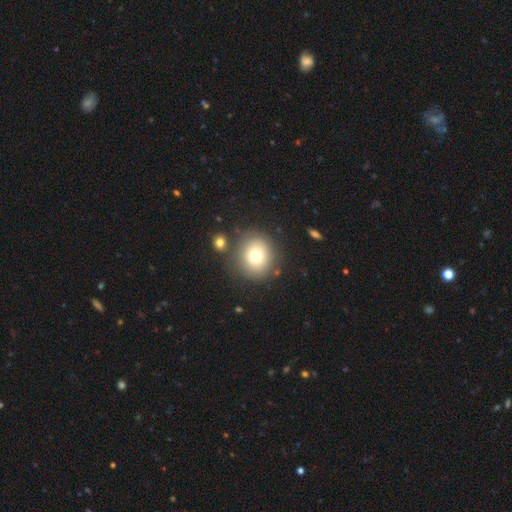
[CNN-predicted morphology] Overall: smooth (74%). How rounded: round (84%). Merging: none (80%).